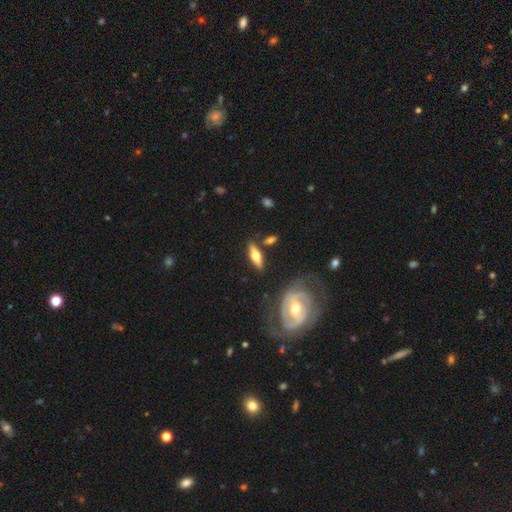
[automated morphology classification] Smooth or featured? Predicted: featured or disk (p=0.56). Edge-on disk? Predicted: yes (p=0.87). Merging? Predicted: none (p=0.77).